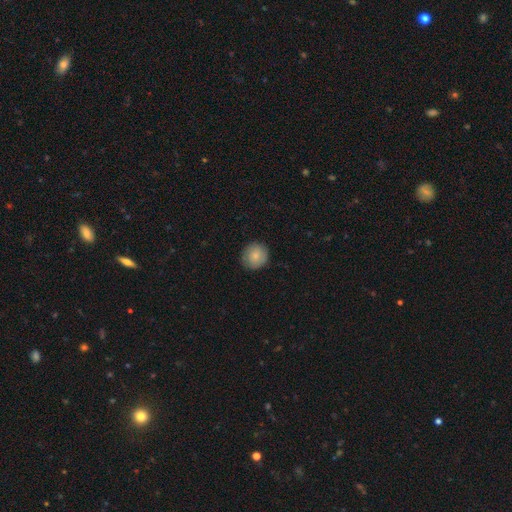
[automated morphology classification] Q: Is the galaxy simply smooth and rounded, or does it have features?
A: smooth — 83%.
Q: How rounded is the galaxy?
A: round — 90%.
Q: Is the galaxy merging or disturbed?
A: none — 87%.